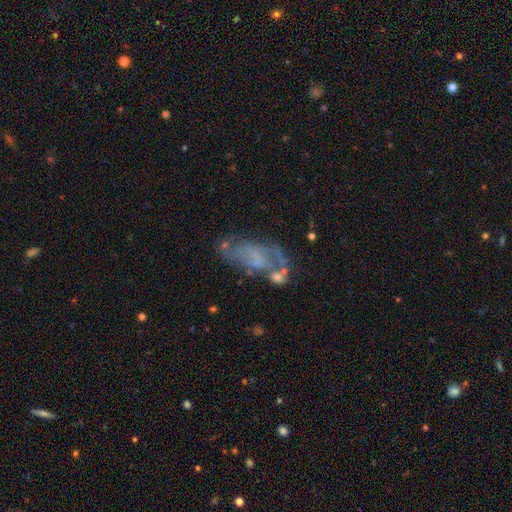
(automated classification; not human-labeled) Overall: featured or disk (67%). Edge-on disk: no (94%). Bar: no (51%; weak 35%). Spiral arms: yes (57%; no 43%). Bulge size: none (61%; small 23%). Merging: none (38%; major disturbance 25%).